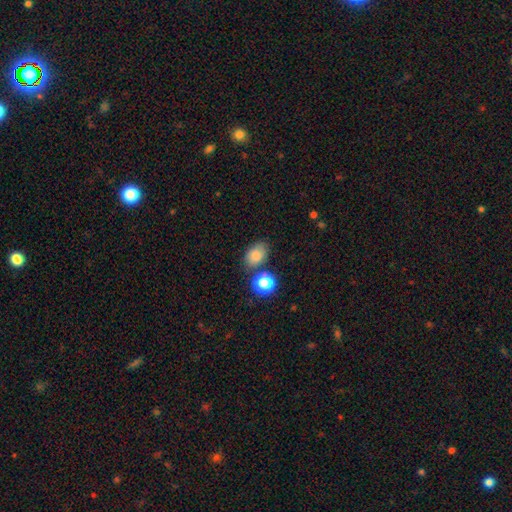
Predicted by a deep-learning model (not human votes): smooth 80%, star or artifact 12%, featured or disk 9%. Down the decision tree: how rounded — in between (75%); merging — none (70%).